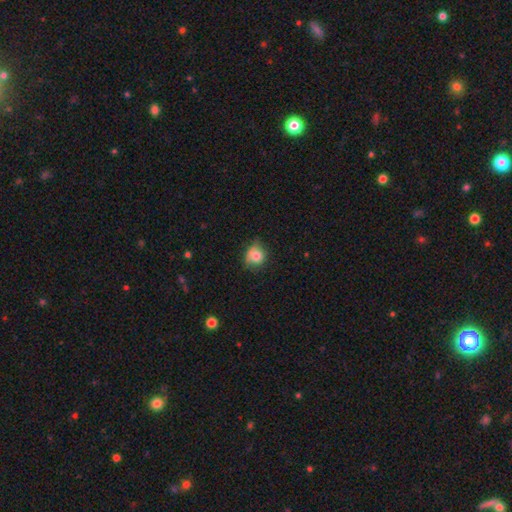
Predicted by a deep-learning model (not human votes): Smooth or featured: smooth — 76% (featured or disk — 14%)
How rounded: round — 76% (in between — 23%)
Merging: none — 53% (minor disturbance — 35%)